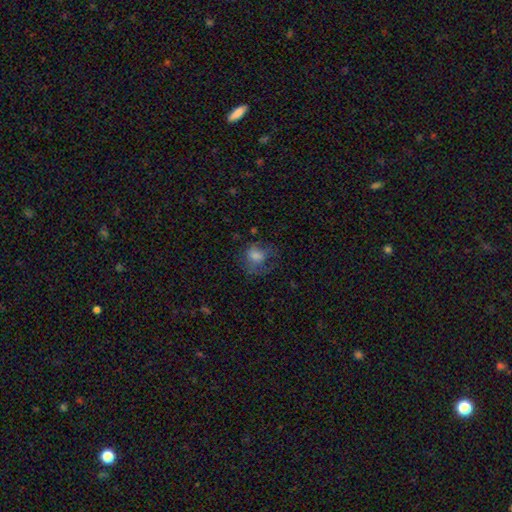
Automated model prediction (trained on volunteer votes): Q: Smooth or featured?
A: smooth (64%); runner-up: featured or disk (21%)
Q: How rounded?
A: round (57%); runner-up: in between (41%)
Q: Merging?
A: none (48%); runner-up: major disturbance (27%)